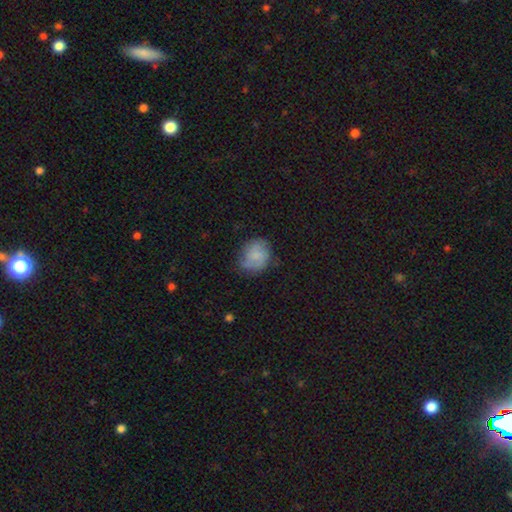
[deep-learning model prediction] A smooth galaxy with no disk features (66%) that is round (61%). Merging: none (59%).